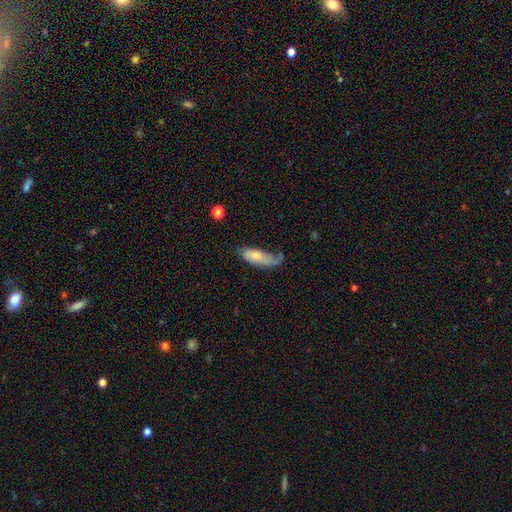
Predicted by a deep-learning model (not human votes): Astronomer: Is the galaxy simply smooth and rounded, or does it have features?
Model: smooth — 51% (runner-up: featured or disk, 42%).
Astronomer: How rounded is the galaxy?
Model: in between — 65%.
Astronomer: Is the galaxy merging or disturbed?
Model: none — 36% (runner-up: minor disturbance, 34%).